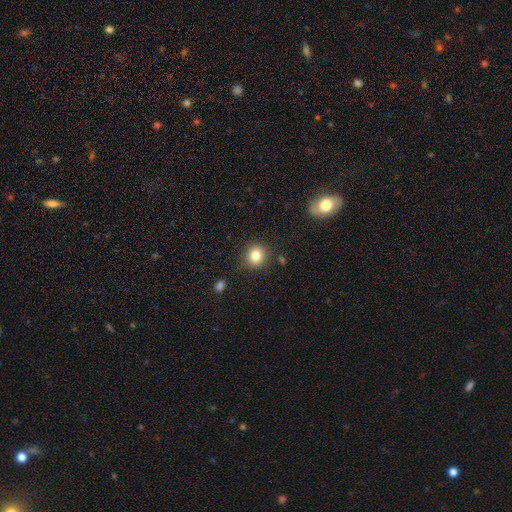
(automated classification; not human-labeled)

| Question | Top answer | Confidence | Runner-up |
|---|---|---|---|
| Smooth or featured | smooth | 82% | star or artifact (11%) |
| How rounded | round | 87% | in between (13%) |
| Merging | none | 85% | minor disturbance (10%) |